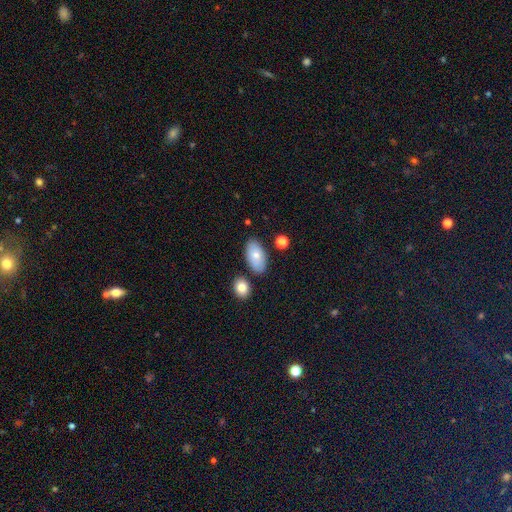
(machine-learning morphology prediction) smooth 76%, featured or disk 17%, star or artifact 7%. Down the decision tree: how rounded — in between (94%); merging — none (78%).